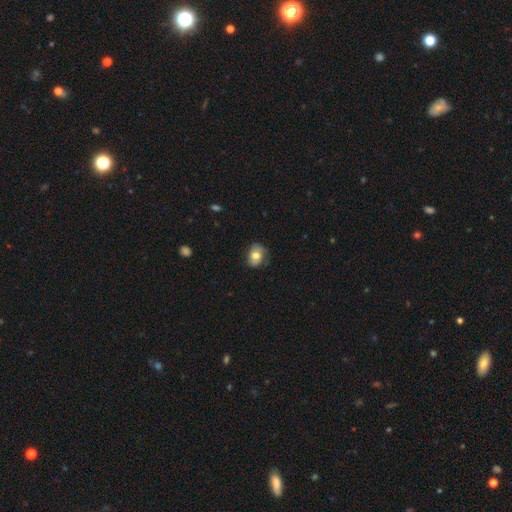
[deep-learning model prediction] smooth_or_featured: smooth (p=0.66) [alt: featured or disk p=0.26]
how_rounded: in between (p=0.61) [alt: round p=0.38]
merging: none (p=0.62) [alt: minor disturbance p=0.28]